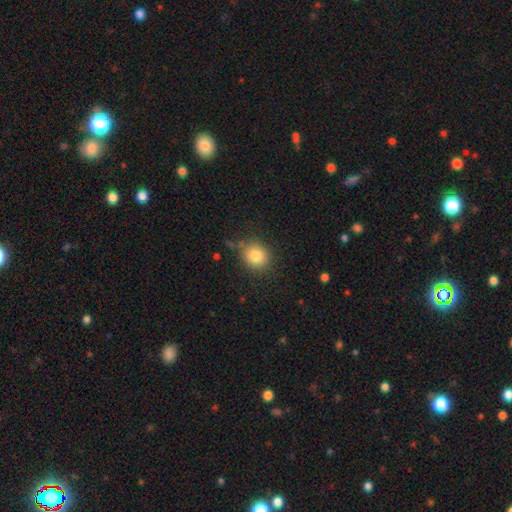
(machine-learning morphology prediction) This appears to be a smooth galaxy with no disk features (82%) that is round (76%). Merging: none (79%).